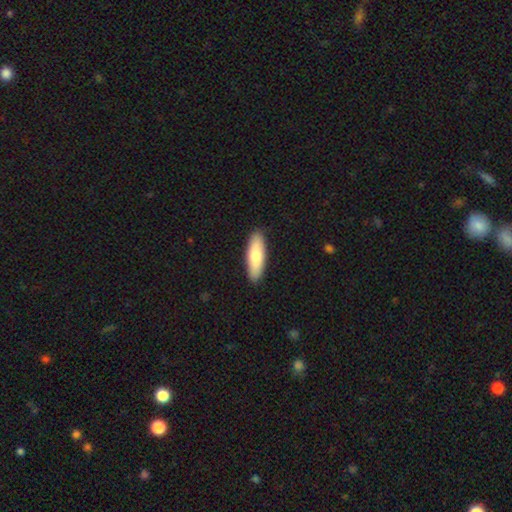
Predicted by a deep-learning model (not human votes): Smooth or featured? Predicted: smooth (p=0.77). How rounded? Predicted: cigar-shaped (p=0.50). Merging? Predicted: none (p=0.90).